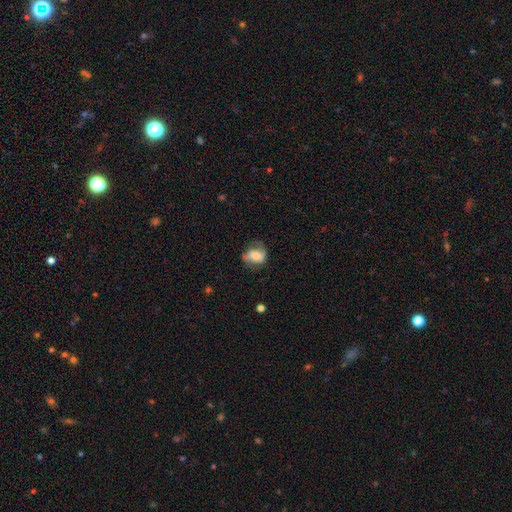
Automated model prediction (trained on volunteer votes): Morphology: type=featured or disk (48%); merging=none (56%).